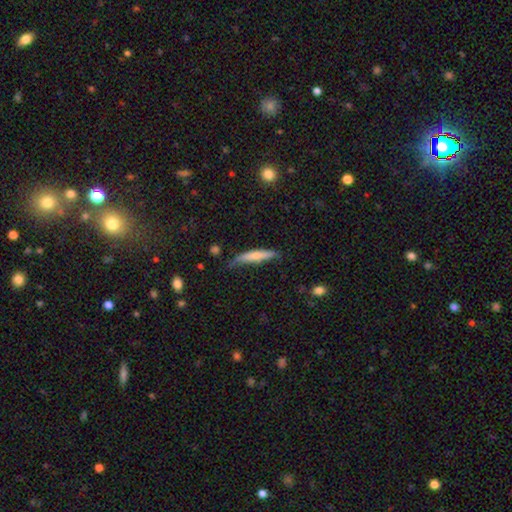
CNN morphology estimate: This is likely a smooth galaxy (67%). How rounded: clearly cigar-shaped (87%). Merging: possibly none (59%).